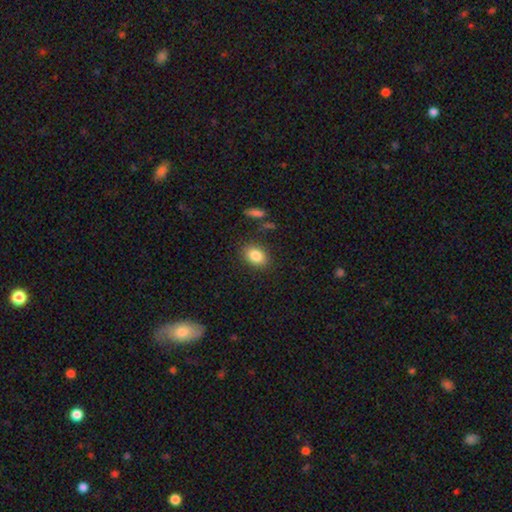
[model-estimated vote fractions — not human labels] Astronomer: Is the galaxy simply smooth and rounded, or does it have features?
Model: smooth — 85%.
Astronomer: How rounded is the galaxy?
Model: in between — 77%.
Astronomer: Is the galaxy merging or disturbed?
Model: none — 84%.